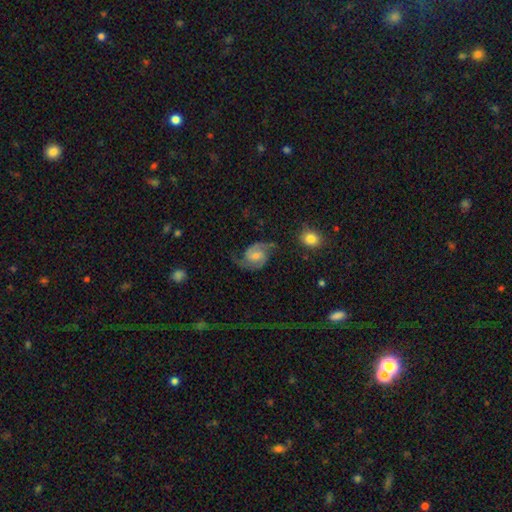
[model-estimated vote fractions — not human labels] Q: Smooth or featured?
A: featured or disk (85%); runner-up: smooth (9%)
Q: Edge-on disk?
A: no (98%); runner-up: yes (2%)
Q: Bar?
A: no (56%); runner-up: weak (37%)
Q: Spiral arms?
A: yes (97%); runner-up: no (3%)
Q: Spiral winding?
A: medium (52%); runner-up: loose (27%)
Q: Spiral arm count?
A: 2 (92%); runner-up: can't tell (3%)
Q: Bulge size?
A: moderate (47%); runner-up: small (43%)
Q: Merging?
A: none (68%); runner-up: minor disturbance (18%)